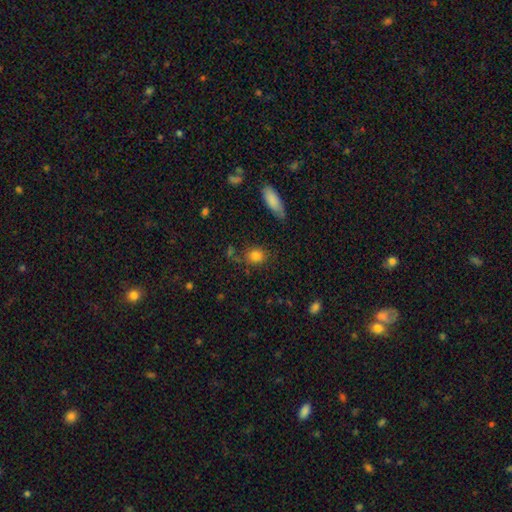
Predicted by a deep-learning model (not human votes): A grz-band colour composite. It shows a smooth galaxy with no disk features (83%) that is round (61%). Merging: none (74%).